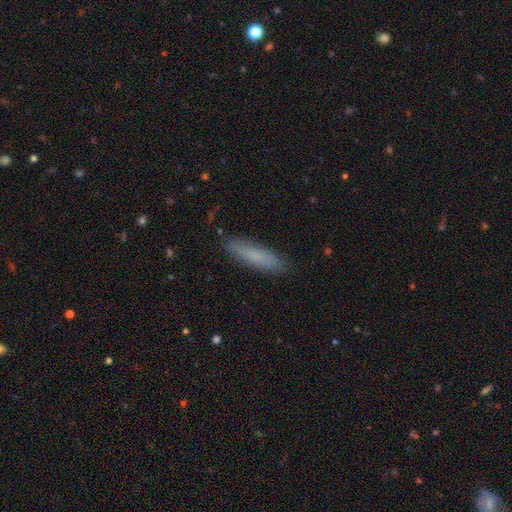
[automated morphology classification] A smooth galaxy with no disk features (77%) that is cigar-shaped (76%). Merging: none (87%).